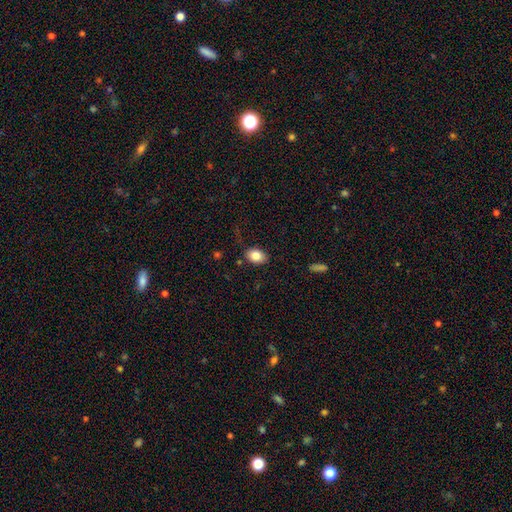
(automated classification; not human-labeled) smooth-or-featured: smooth: 84% | featured or disk: 8% | star or artifact: 8%
  how-rounded: in between: 79% | round: 20% | cigar-shaped: 1%
  merging: none: 82% | minor disturbance: 13% | major disturbance: 3% | merger: 2%